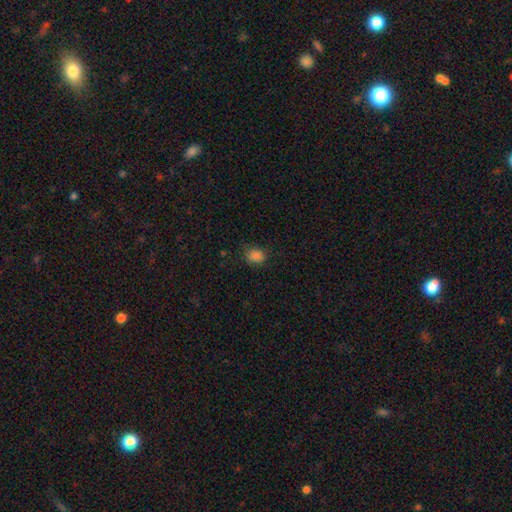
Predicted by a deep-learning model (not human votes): Smooth or featured?
  - smooth: 84% *
  - star or artifact: 13%
  - featured or disk: 4%
How rounded?
  - in between: 50% *
  - round: 49%
  - cigar-shaped: 1%
Merging?
  - none: 72% *
  - minor disturbance: 21%
  - major disturbance: 6%
  - merger: 1%